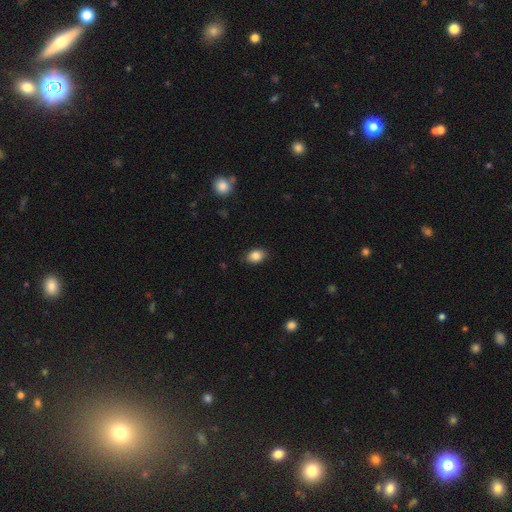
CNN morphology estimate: A smooth galaxy with no disk features (86%) that is in between round and cigar-shaped (76%).

Vote fractions:
- Smooth or featured? smooth: 86% / star or artifact: 8% / featured or disk: 6%
- How rounded? in between: 76% / round: 23% / cigar-shaped: 1%
- Merging? none: 85% / minor disturbance: 11% / major disturbance: 2% / merger: 1%